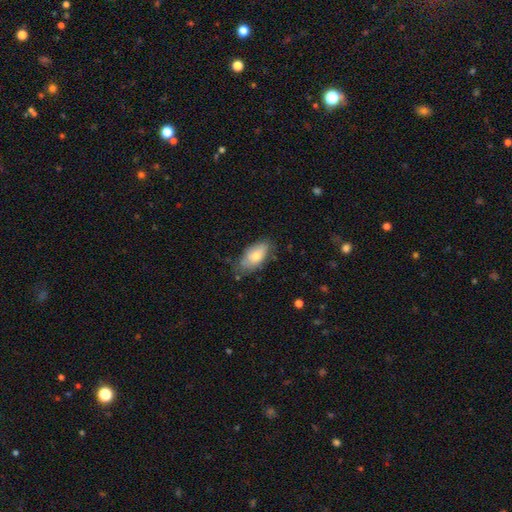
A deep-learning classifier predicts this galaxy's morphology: Overall: smooth (76%). How rounded: in between (92%). Merging: none (62%; minor disturbance 29%).